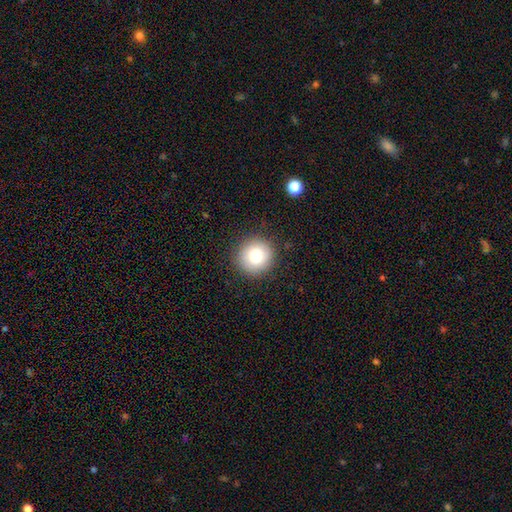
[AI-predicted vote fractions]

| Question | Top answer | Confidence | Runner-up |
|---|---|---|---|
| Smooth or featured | smooth | 79% | featured or disk (11%) |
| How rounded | round | 93% | in between (6%) |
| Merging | none | 89% | minor disturbance (7%) |